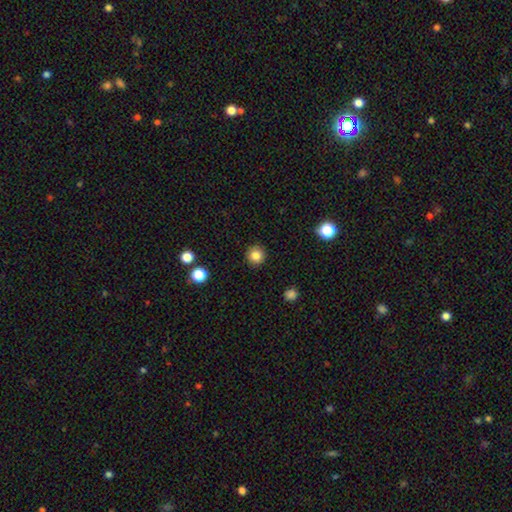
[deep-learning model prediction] The model was most divided on "smooth or featured": smooth: 83%, star or artifact: 11%, featured or disk: 5%. More confident: how rounded — round (94%); merging — none (91%).